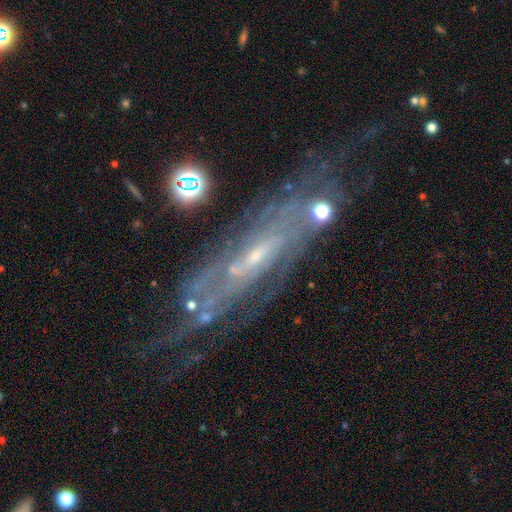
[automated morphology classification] Smooth or featured: featured or disk — 80% (smooth — 10%)
Edge-on disk: no — 72% (yes — 28%)
Bar: no — 47% (weak — 37%)
Spiral arms: yes — 84% (no — 16%)
Bulge size: small — 72% (moderate — 21%)
Merging: none — 71% (minor disturbance — 18%)